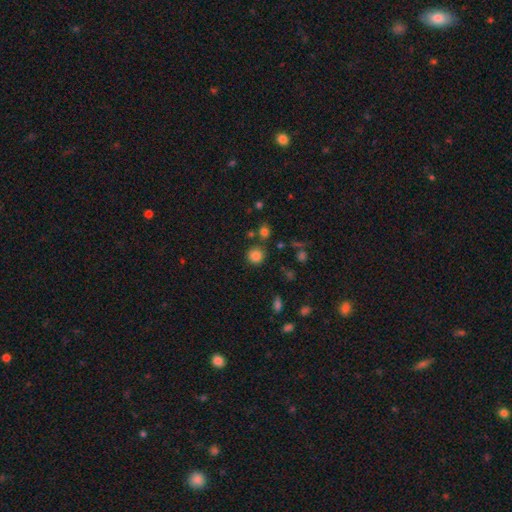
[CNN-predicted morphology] Smooth or featured: smooth — 83% (star or artifact — 12%)
How rounded: round — 92% (in between — 7%)
Merging: none — 81% (minor disturbance — 9%)